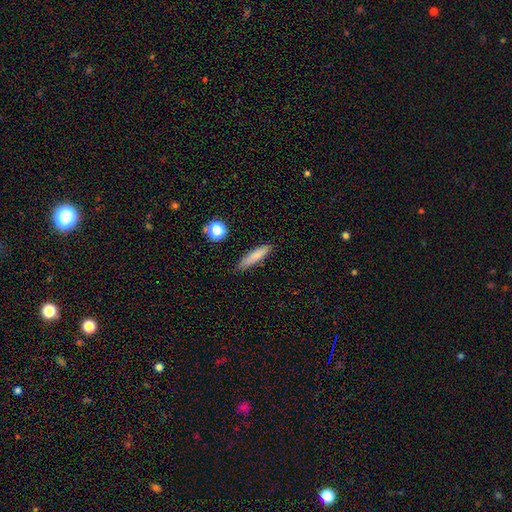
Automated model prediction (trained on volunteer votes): This appears to be a smooth galaxy with no disk features (79%) that is cigar-shaped (81%). Merging: none (86%).